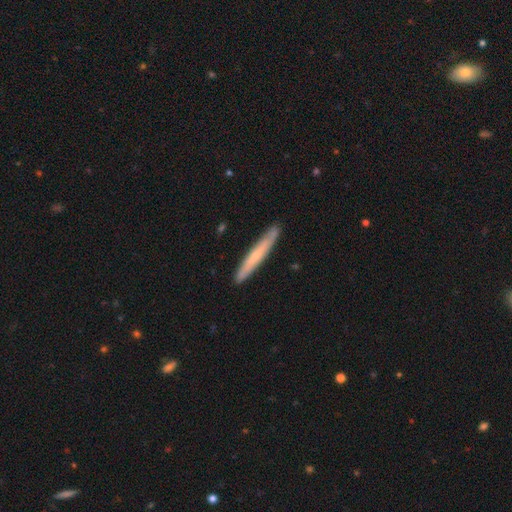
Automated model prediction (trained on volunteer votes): Smooth or featured? smooth (51%)
How rounded? cigar-shaped (96%)
Merging? none (88%)